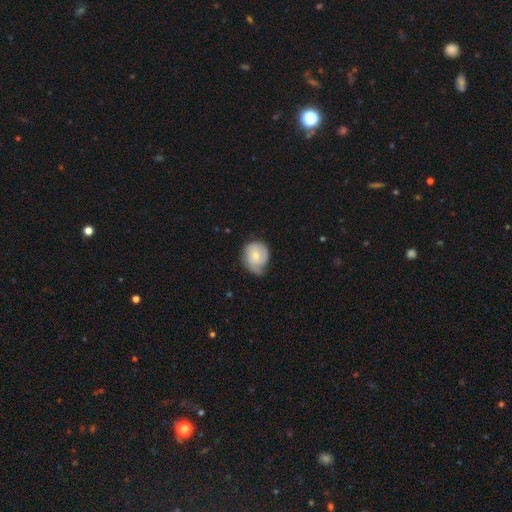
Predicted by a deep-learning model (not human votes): Smooth or featured? smooth (48%)
Merging? none (48%)